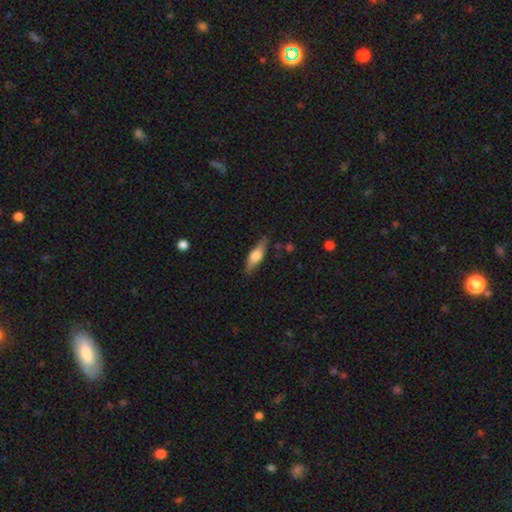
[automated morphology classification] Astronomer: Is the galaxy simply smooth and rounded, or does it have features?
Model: smooth — 58% (runner-up: featured or disk, 35%).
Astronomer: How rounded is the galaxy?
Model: in between — 51% (runner-up: cigar-shaped, 46%).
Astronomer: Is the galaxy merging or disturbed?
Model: none — 80%.